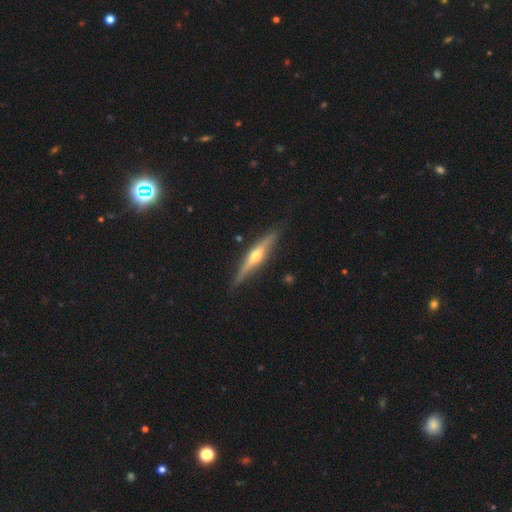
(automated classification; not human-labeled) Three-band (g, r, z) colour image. It shows a featured or disk galaxy (74%) viewed edge-on (97%) with a rounded central bulge (91%). Merging: none (88%).